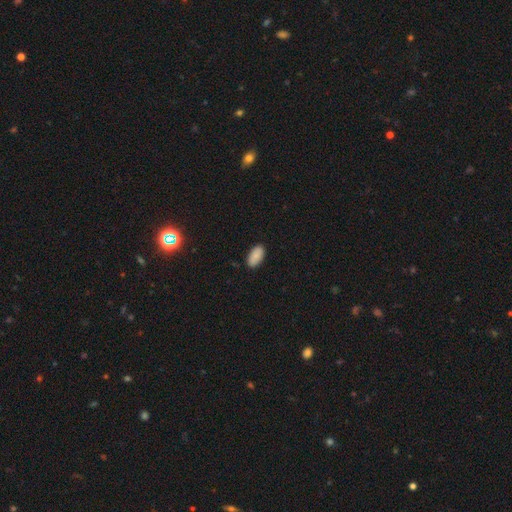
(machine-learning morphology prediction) A smooth galaxy with no disk features (89%) that is in between round and cigar-shaped (95%).

Vote fractions:
- Smooth or featured? smooth: 89% / star or artifact: 7% / featured or disk: 4%
- How rounded? in between: 95% / round: 3% / cigar-shaped: 3%
- Merging? none: 88% / minor disturbance: 9% / major disturbance: 2% / merger: 1%